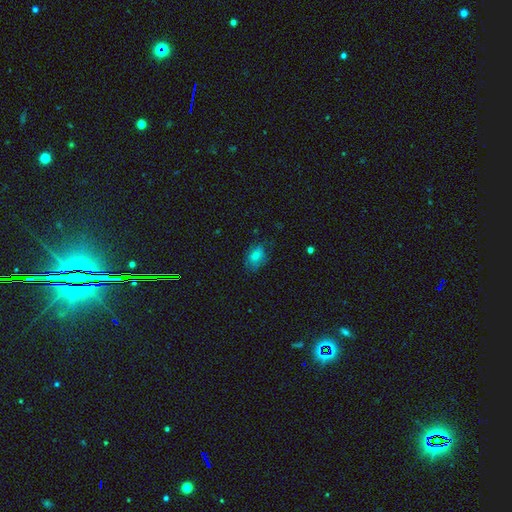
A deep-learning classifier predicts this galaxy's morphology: This is likely a smooth galaxy (70%). How rounded: likely in between (73%). Merging: likely none (65%).